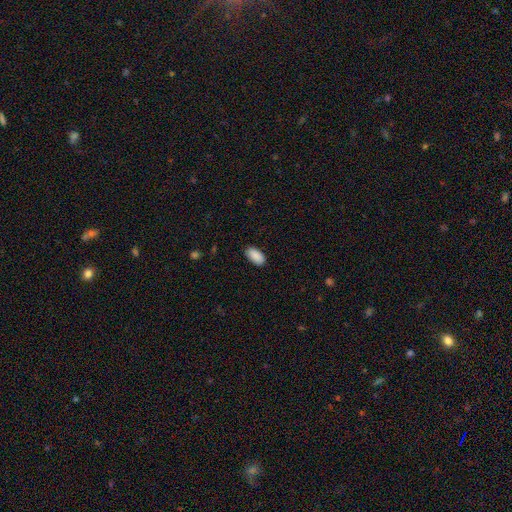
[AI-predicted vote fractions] The model was most divided on "merging": none: 87%, minor disturbance: 10%, major disturbance: 2%, merger: 1%. More confident: how rounded — in between (95%); smooth or featured — smooth (91%).